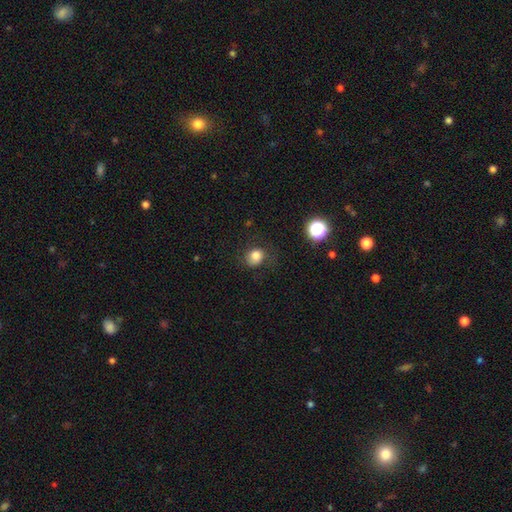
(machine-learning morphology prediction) This is clearly a smooth galaxy (80%). How rounded: likely round (72%). Merging: likely none (67%).